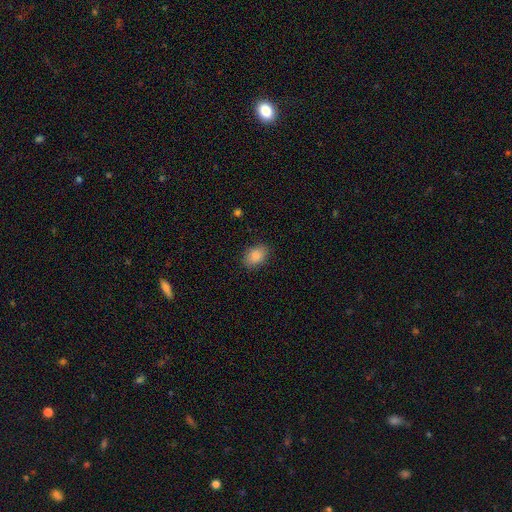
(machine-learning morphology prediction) smooth_or_featured: smooth (p=0.88) [alt: star or artifact p=0.08]
how_rounded: in between (p=0.78) [alt: round p=0.21]
merging: none (p=0.85) [alt: minor disturbance p=0.11]